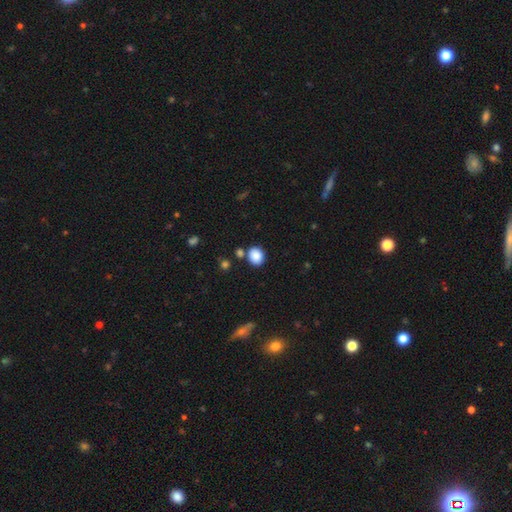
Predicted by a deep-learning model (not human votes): The model was most divided on "how rounded": round: 63%, in between: 36%, cigar-shaped: 1%. More confident: smooth or featured — smooth (87%); merging — none (75%).